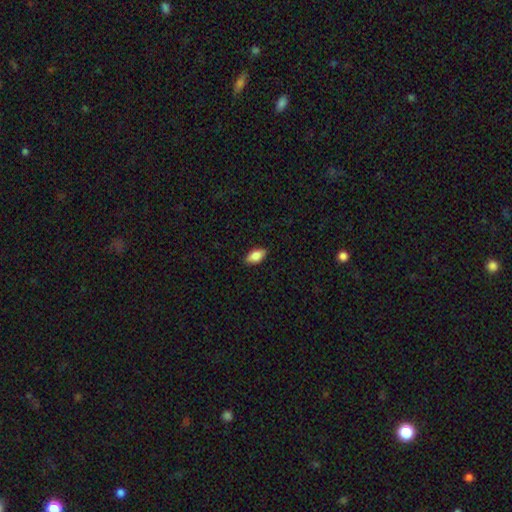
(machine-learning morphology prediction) A smooth galaxy with no disk features (84%) that is in between round and cigar-shaped (91%). Merging: none (88%).